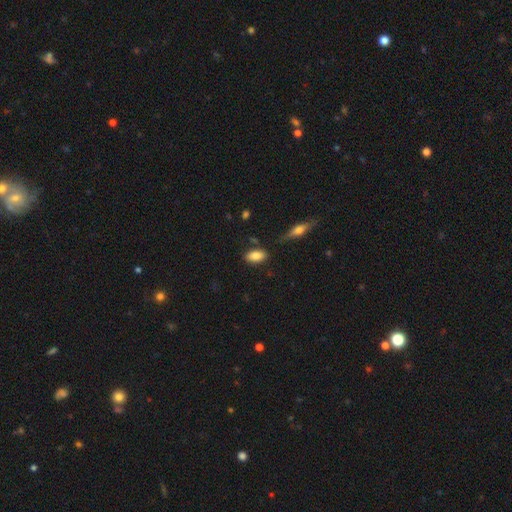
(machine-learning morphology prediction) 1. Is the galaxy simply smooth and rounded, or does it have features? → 83% smooth, 10% featured or disk, 7% star or artifact.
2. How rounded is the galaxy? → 90% in between, 6% cigar-shaped, 4% round.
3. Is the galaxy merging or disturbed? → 79% none, 13% minor disturbance, 5% merger, 3% major disturbance.